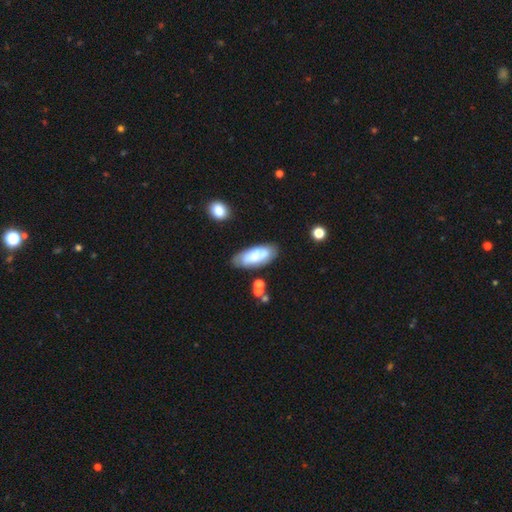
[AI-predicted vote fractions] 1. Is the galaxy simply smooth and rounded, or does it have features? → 61% smooth, 31% featured or disk, 7% star or artifact.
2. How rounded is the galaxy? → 81% in between, 16% cigar-shaped, 2% round.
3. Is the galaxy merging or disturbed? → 70% none, 19% minor disturbance, 6% major disturbance, 5% merger.